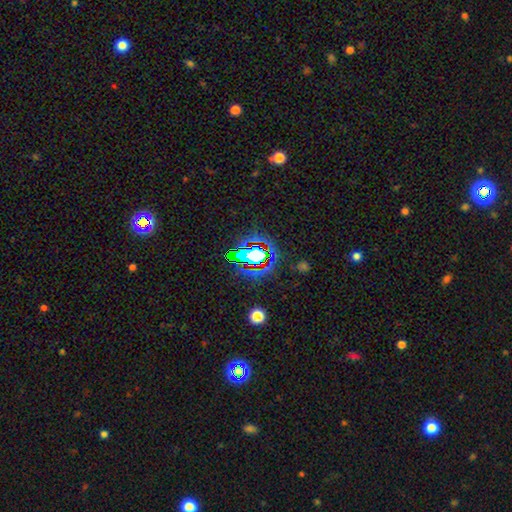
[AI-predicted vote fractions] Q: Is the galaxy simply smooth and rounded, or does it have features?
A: star or artifact — 64%.